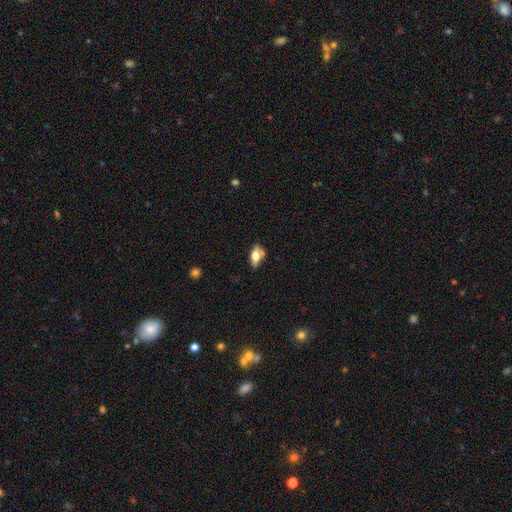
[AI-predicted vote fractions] Q: Smooth or featured?
A: smooth (60%); runner-up: featured or disk (32%)
Q: How rounded?
A: in between (83%); runner-up: cigar-shaped (11%)
Q: Merging?
A: none (56%); runner-up: minor disturbance (25%)